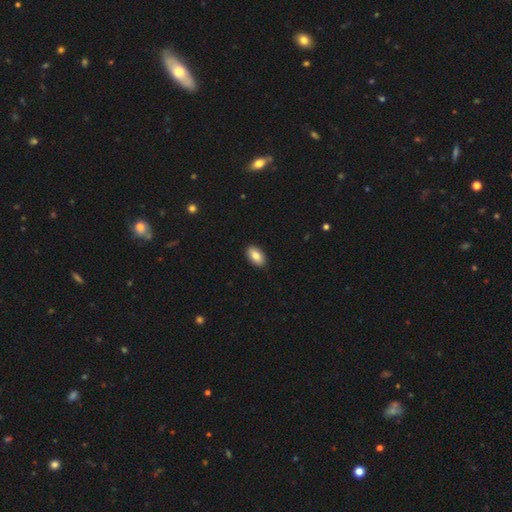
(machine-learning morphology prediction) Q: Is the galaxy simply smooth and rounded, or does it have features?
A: smooth — 83%.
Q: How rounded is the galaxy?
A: in between — 94%.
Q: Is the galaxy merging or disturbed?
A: none — 90%.